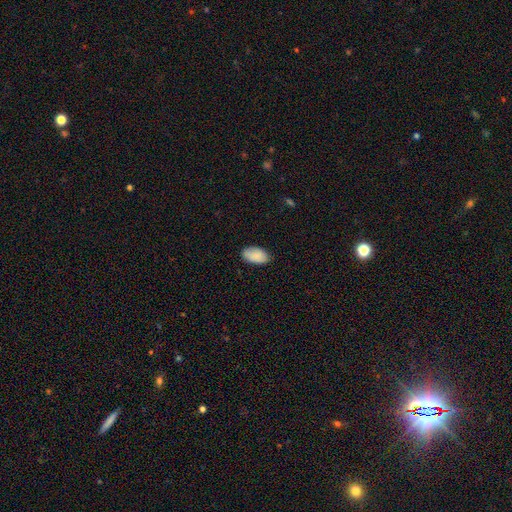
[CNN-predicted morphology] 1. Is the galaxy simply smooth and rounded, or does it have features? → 88% smooth, 6% star or artifact, 6% featured or disk.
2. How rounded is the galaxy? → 94% in between, 4% round, 1% cigar-shaped.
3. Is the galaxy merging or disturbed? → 82% none, 14% minor disturbance, 3% major disturbance, 1% merger.